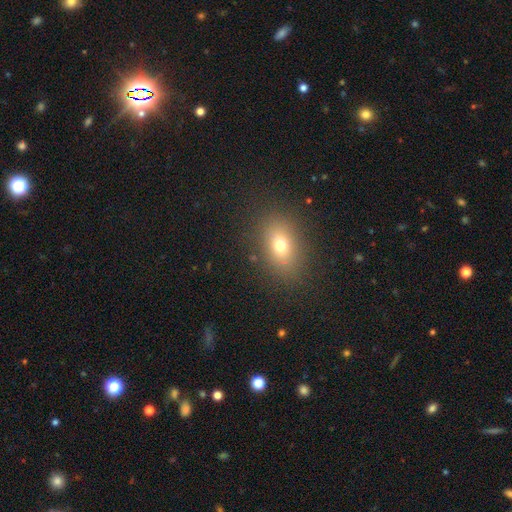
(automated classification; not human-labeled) Smooth or featured: smooth — 63% (star or artifact — 26%)
How rounded: in between — 76% (round — 21%)
Merging: none — 89% (minor disturbance — 7%)